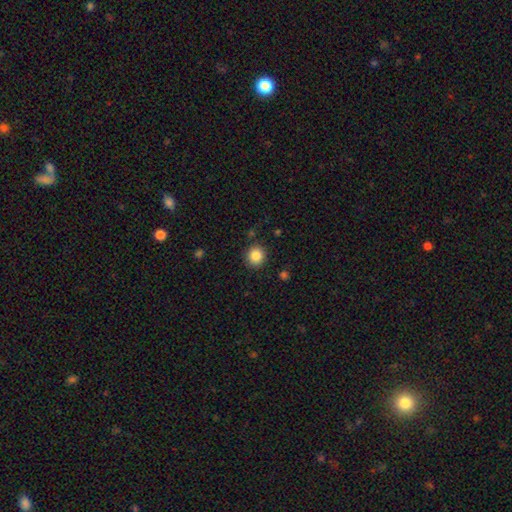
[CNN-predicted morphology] type=smooth (85%); roundness=round (90%); merging=none (88%).